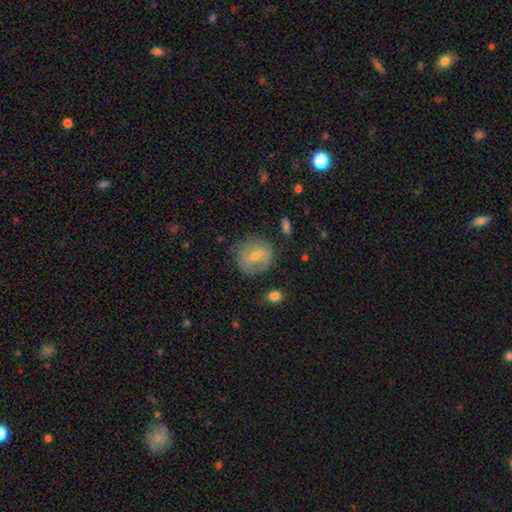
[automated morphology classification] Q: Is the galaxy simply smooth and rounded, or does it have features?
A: smooth — 48%.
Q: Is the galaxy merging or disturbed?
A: none — 71%.